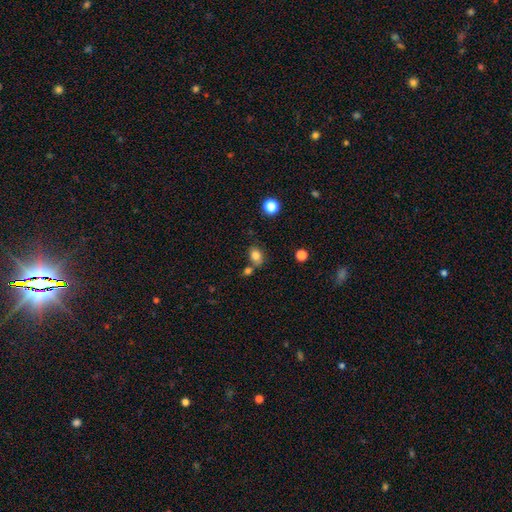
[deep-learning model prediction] Smooth or featured: smooth — 81% (star or artifact — 11%)
How rounded: in between — 59% (round — 40%)
Merging: none — 62% (merger — 19%)